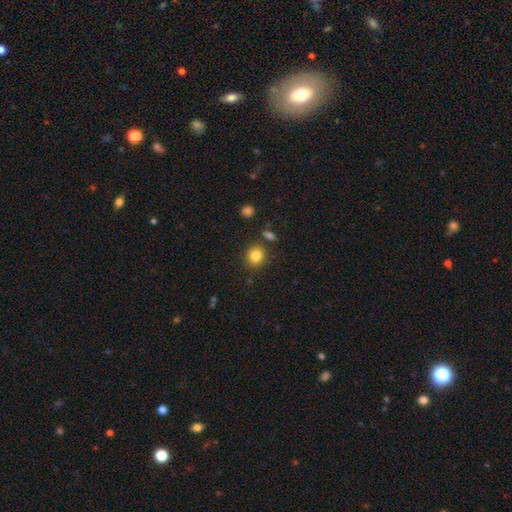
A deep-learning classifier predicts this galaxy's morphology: smooth_or_featured: smooth (p=0.83) [alt: star or artifact p=0.11]
how_rounded: round (p=0.85) [alt: in between p=0.14]
merging: none (p=0.86) [alt: minor disturbance p=0.08]